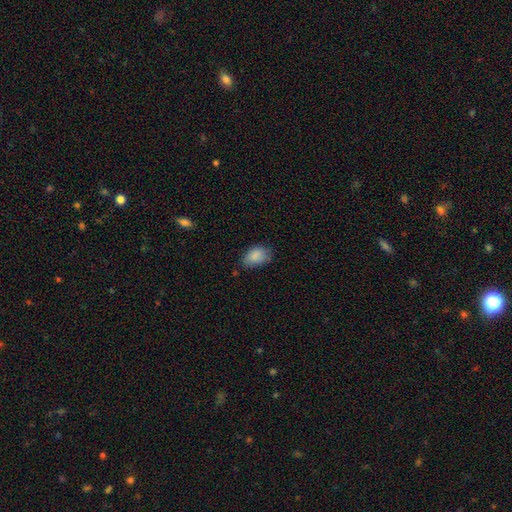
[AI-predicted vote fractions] The model was most divided on "merging": none: 66%, minor disturbance: 27%, major disturbance: 5%, merger: 2%. More confident: smooth or featured — smooth (87%); how rounded — in between (86%).